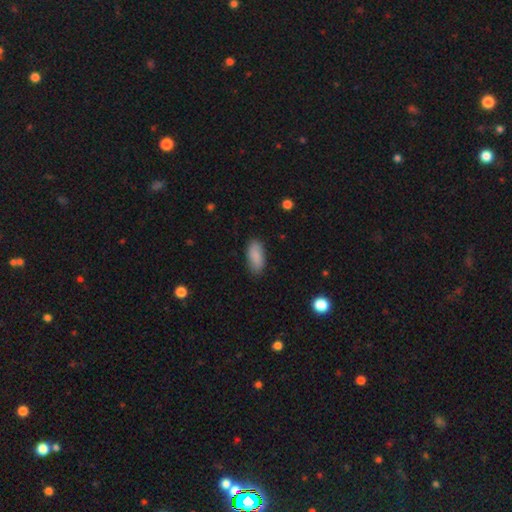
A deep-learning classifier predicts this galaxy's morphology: smooth-or-featured: smooth: 87% | featured or disk: 7% | star or artifact: 6%
  how-rounded: in between: 89% | cigar-shaped: 9% | round: 2%
  merging: none: 83% | minor disturbance: 14% | major disturbance: 3% | merger: 1%